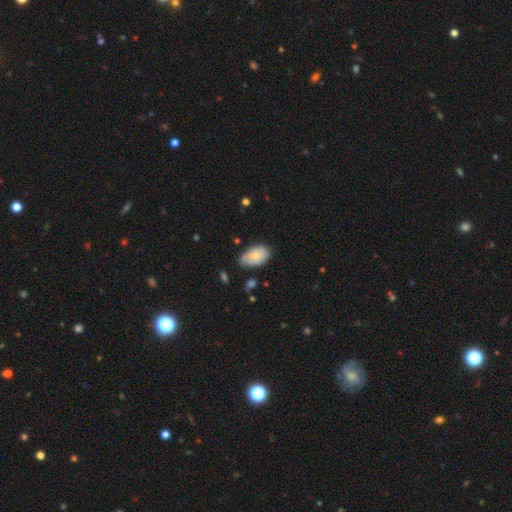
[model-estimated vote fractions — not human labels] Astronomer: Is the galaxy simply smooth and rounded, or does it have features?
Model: smooth — 68%.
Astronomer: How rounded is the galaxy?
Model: in between — 92%.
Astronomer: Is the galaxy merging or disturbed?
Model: none — 66%.